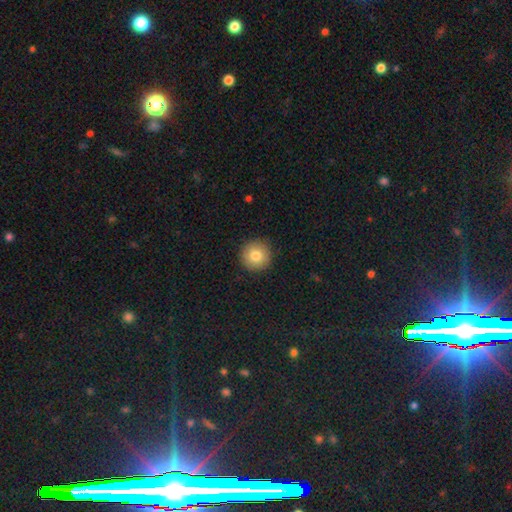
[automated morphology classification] Q: Smooth or featured?
A: smooth (80%); runner-up: featured or disk (10%)
Q: How rounded?
A: round (96%); runner-up: in between (3%)
Q: Merging?
A: none (92%); runner-up: minor disturbance (6%)